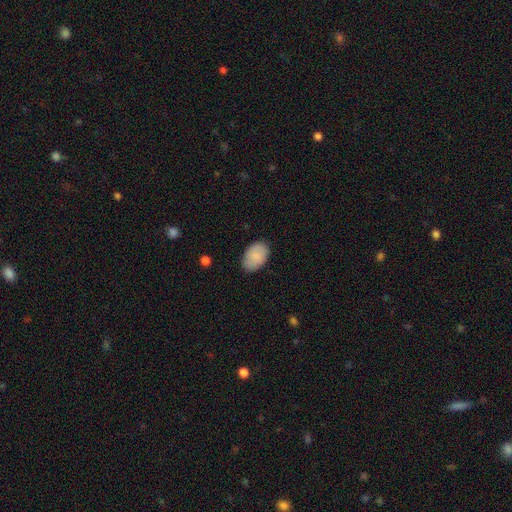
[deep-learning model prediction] smooth_or_featured: smooth (p=0.86) [alt: featured or disk p=0.08]
how_rounded: in between (p=0.90) [alt: round p=0.09]
merging: none (p=0.84) [alt: minor disturbance p=0.12]